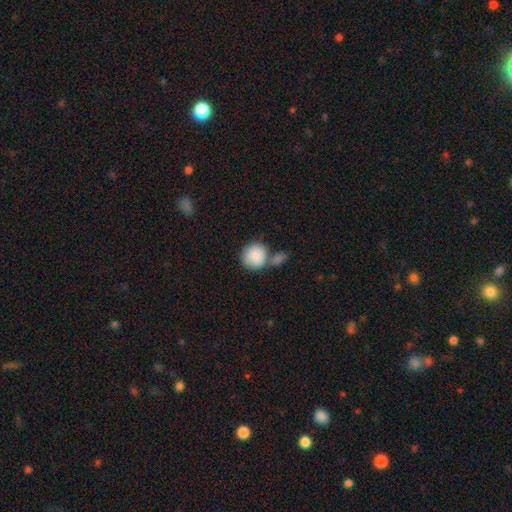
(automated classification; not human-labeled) Smooth or featured?
  - smooth: 87% *
  - featured or disk: 7%
  - star or artifact: 6%
How rounded?
  - round: 82% *
  - in between: 17%
  - cigar-shaped: 1%
Merging?
  - none: 41% *
  - merger: 38%
  - minor disturbance: 14%
  - major disturbance: 6%